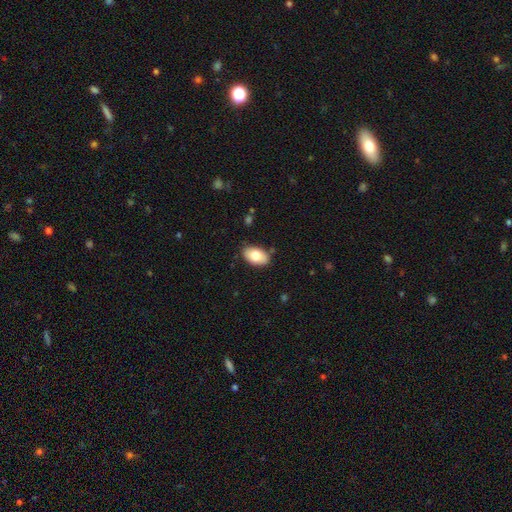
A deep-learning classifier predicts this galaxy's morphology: A smooth galaxy with no disk features (77%) that is in between round and cigar-shaped (92%). Merging: none (84%).